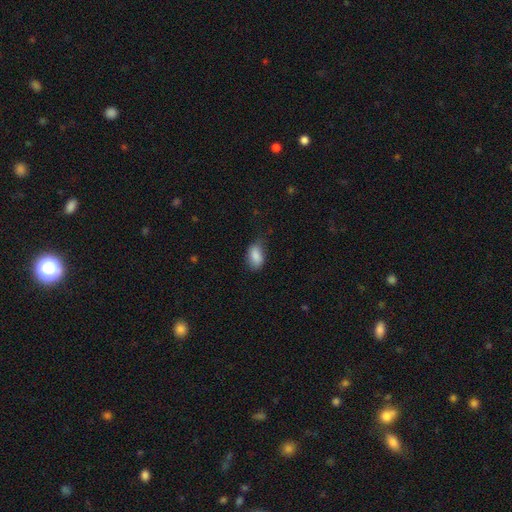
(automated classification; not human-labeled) Smooth or featured? smooth (86%)
How rounded? in between (89%)
Merging? none (62%)